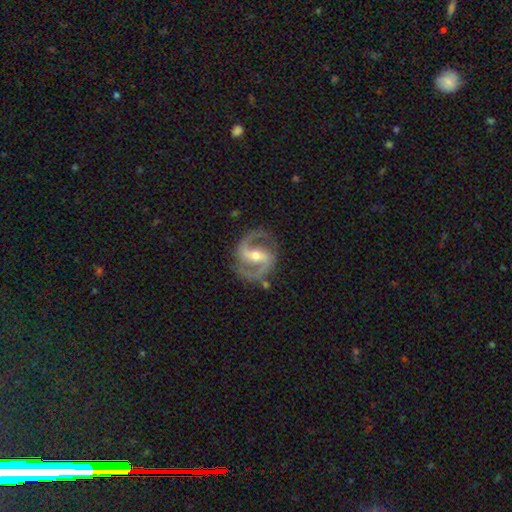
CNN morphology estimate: Smooth or featured? featured or disk (92%)
Edge-on disk? no (98%)
Bar? strong (50%)
Spiral arms? yes (98%)
Spiral winding? medium (65%)
Spiral arm count? 2 (94%)
Bulge size? moderate (55%)
Merging? none (83%)